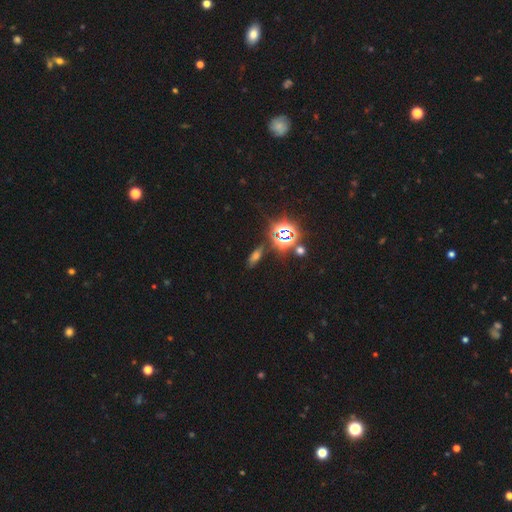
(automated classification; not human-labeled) Smooth or featured?
  - star or artifact: 44% *
  - smooth: 39%
  - featured or disk: 17%